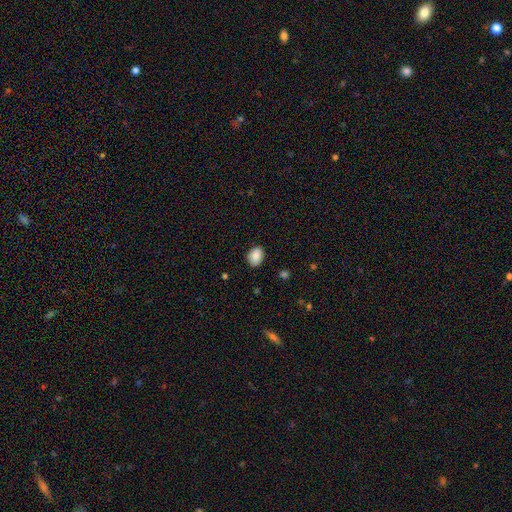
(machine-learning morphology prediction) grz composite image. It shows a smooth galaxy with no disk features (88%) that is in between round and cigar-shaped (77%). Merging: none (83%).